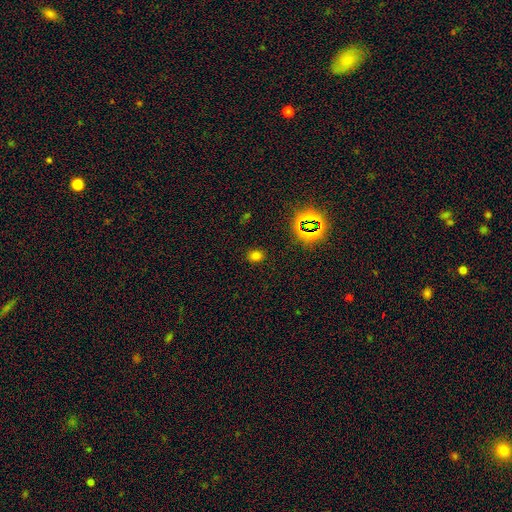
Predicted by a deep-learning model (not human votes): Smooth or featured: smooth — 70% (star or artifact — 25%)
How rounded: round — 56% (in between — 43%)
Merging: none — 87% (minor disturbance — 9%)